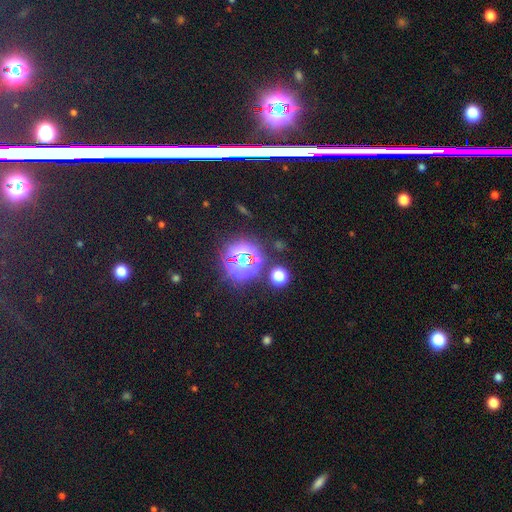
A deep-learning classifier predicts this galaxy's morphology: Overall: star or artifact (67%).